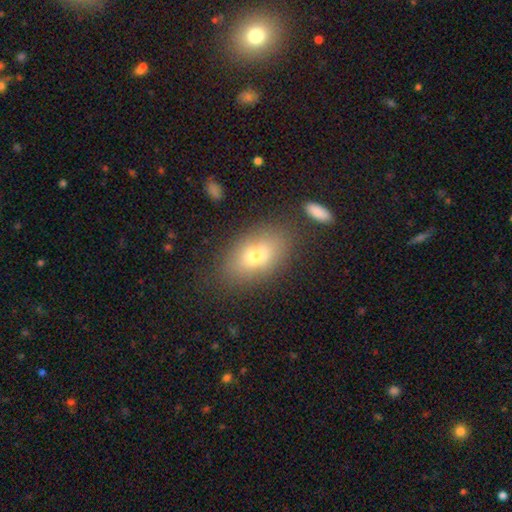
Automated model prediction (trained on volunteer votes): A smooth galaxy with no disk features (71%) that is in between round and cigar-shaped (84%).

Vote fractions:
- Smooth or featured? smooth: 71% / featured or disk: 18% / star or artifact: 11%
- How rounded? in between: 84% / round: 13% / cigar-shaped: 3%
- Merging? none: 77% / minor disturbance: 14% / major disturbance: 5% / merger: 4%